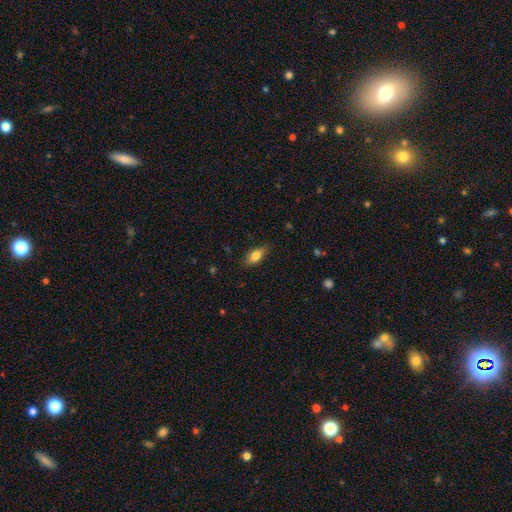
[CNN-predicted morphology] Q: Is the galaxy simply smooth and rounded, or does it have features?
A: smooth — 79%.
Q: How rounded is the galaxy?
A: in between — 81%.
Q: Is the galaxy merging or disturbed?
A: none — 79%.